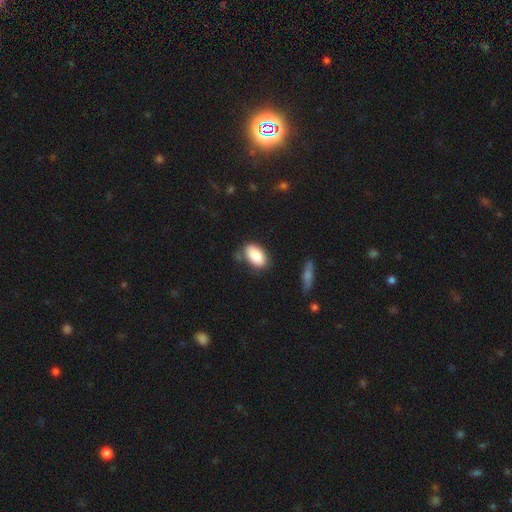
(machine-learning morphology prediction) smooth 88%, star or artifact 7%, featured or disk 5%. Down the decision tree: how rounded — in between (94%); merging — none (71%).